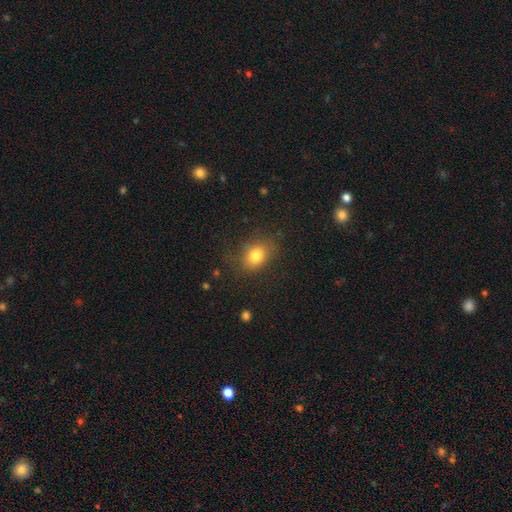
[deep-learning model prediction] This appears to be a smooth galaxy with no disk features (80%) that is in between round and cigar-shaped (57%). Merging: none (77%).